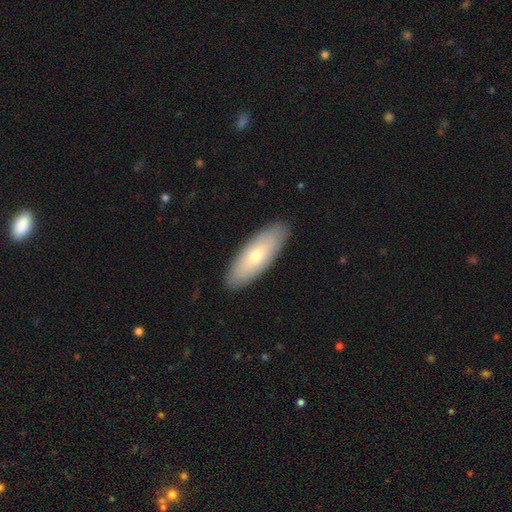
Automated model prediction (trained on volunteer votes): Q: Smooth or featured?
A: smooth (64%); runner-up: featured or disk (30%)
Q: How rounded?
A: in between (69%); runner-up: cigar-shaped (29%)
Q: Merging?
A: none (89%); runner-up: minor disturbance (8%)